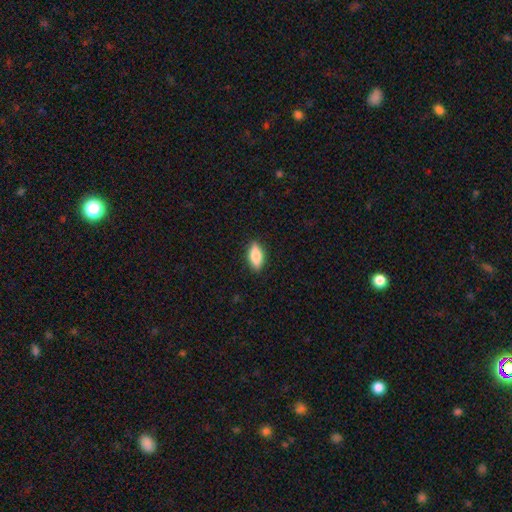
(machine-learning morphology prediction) The model was most divided on "smooth or featured": smooth: 77%, featured or disk: 17%, star or artifact: 7%. More confident: merging — none (88%); how rounded — in between (80%).